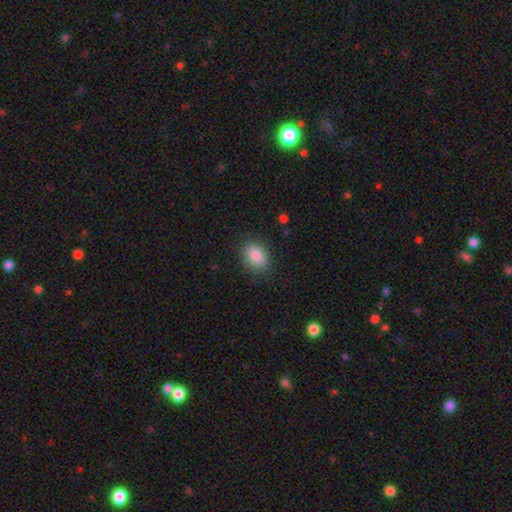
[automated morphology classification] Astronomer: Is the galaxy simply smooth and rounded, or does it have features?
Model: smooth — 87%.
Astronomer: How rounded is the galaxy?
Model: in between — 74%.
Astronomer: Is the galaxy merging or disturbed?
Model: none — 85%.